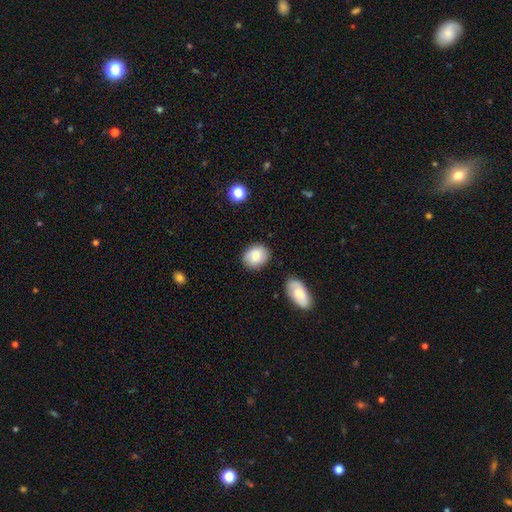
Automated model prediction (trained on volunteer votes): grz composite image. It shows a smooth galaxy with no disk features (83%) that is in between round and cigar-shaped (51%). Merging: none (84%).